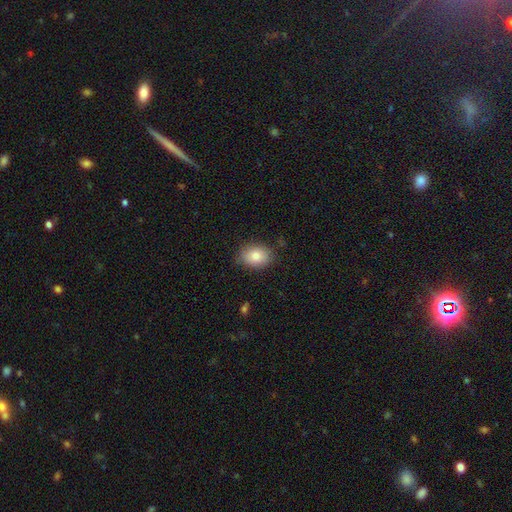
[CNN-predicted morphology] Smooth or featured: smooth — 81% (featured or disk — 11%)
How rounded: in between — 71% (round — 28%)
Merging: none — 83% (minor disturbance — 13%)